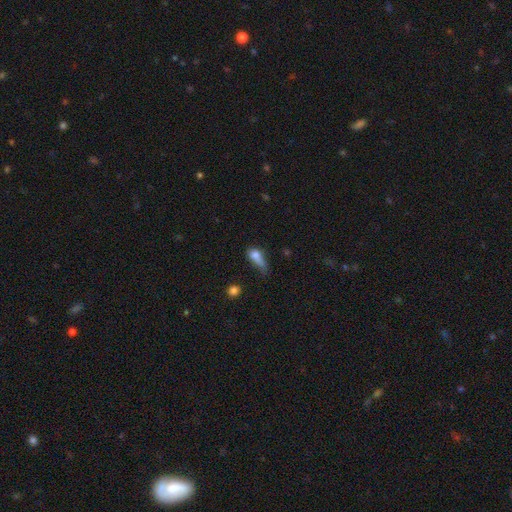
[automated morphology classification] Smooth or featured: smooth — 71% (featured or disk — 18%)
How rounded: in between — 63% (cigar-shaped — 20%)
Merging: major disturbance — 37% (minor disturbance — 31%)